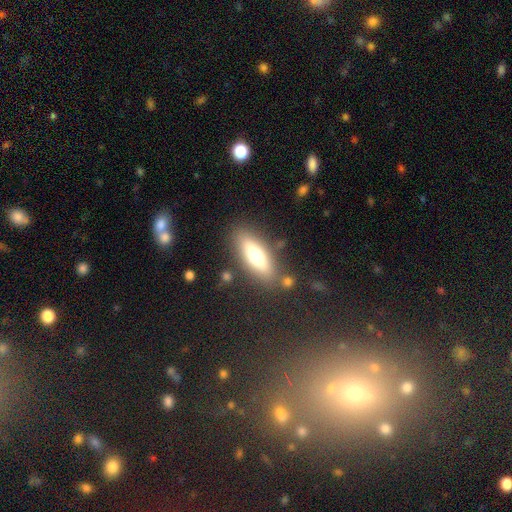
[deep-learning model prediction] Smooth or featured? Predicted: smooth (p=0.57). How rounded? Predicted: in between (p=0.51). Merging? Predicted: none (p=0.80).